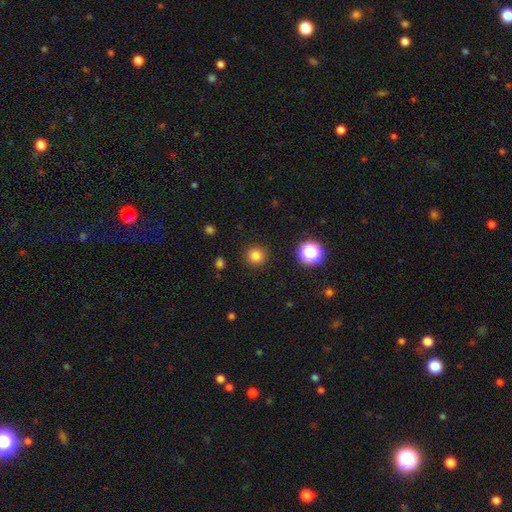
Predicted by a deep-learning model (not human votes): Smooth or featured?
  - smooth: 81% *
  - star or artifact: 15%
  - featured or disk: 5%
How rounded?
  - round: 95% *
  - in between: 4%
  - cigar-shaped: 1%
Merging?
  - none: 91% *
  - minor disturbance: 6%
  - major disturbance: 2%
  - merger: 1%